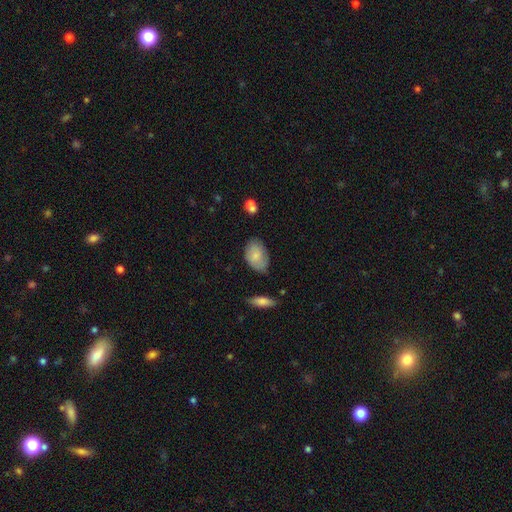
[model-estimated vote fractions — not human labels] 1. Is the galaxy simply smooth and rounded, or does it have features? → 78% smooth, 16% featured or disk, 6% star or artifact.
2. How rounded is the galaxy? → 88% in between, 11% round, 1% cigar-shaped.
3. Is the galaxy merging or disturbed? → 67% none, 25% minor disturbance, 5% major disturbance, 3% merger.